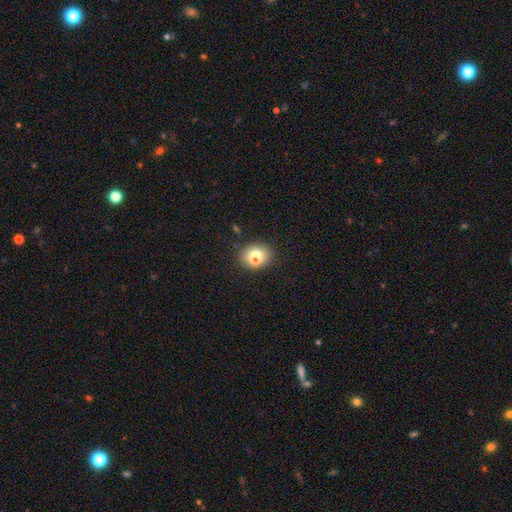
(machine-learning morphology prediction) Smooth or featured?
  - smooth: 76% *
  - featured or disk: 13%
  - star or artifact: 10%
How rounded?
  - round: 53% *
  - in between: 46%
  - cigar-shaped: 1%
Merging?
  - none: 72% *
  - minor disturbance: 14%
  - merger: 10%
  - major disturbance: 4%